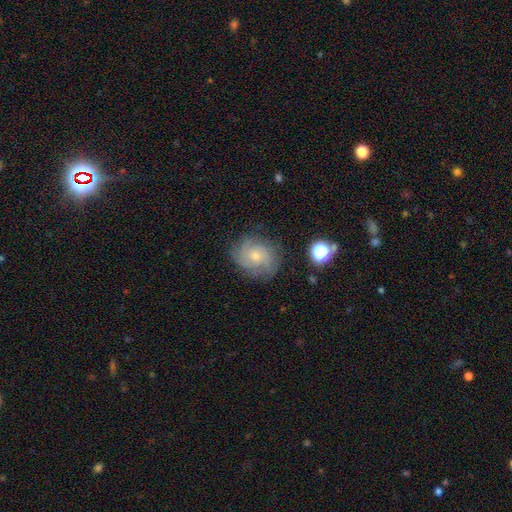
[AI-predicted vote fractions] This is possibly a featured or disk galaxy (60%). It is clearly not viewed edge-on (97%). Bar: likely no (79%). Spiral arm pattern: clearly yes (88%). Spiral arm count: marginally can't tell (41%). Spiral winding: possibly tight (52%). Central bulge: likely small (63%). Merging: likely none (71%).